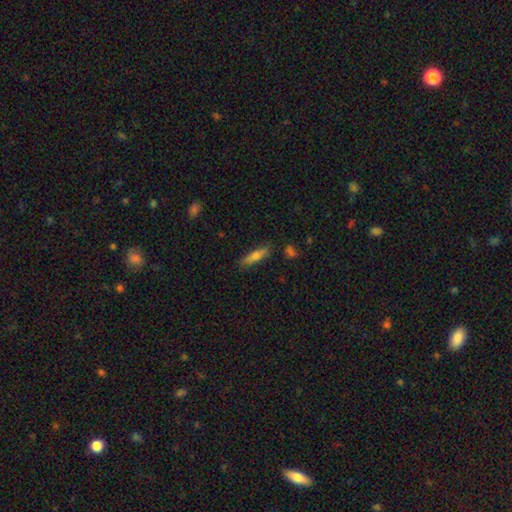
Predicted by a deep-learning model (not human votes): smooth 59%, featured or disk 33%, star or artifact 8%. Down the decision tree: how rounded — cigar-shaped (77%); merging — none (85%).